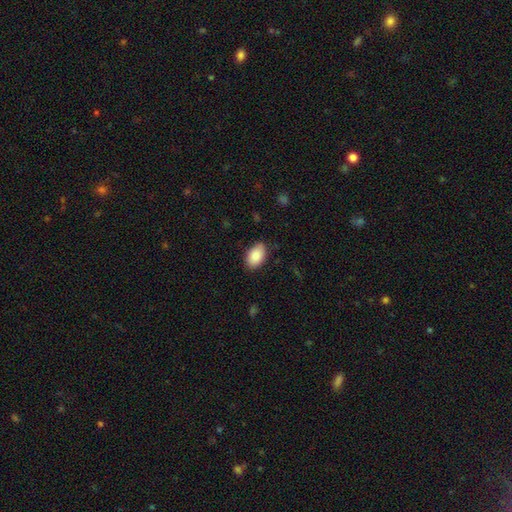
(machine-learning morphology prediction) This appears to be a smooth galaxy with no disk features (88%) that is in between round and cigar-shaped (92%). Merging: none (84%).